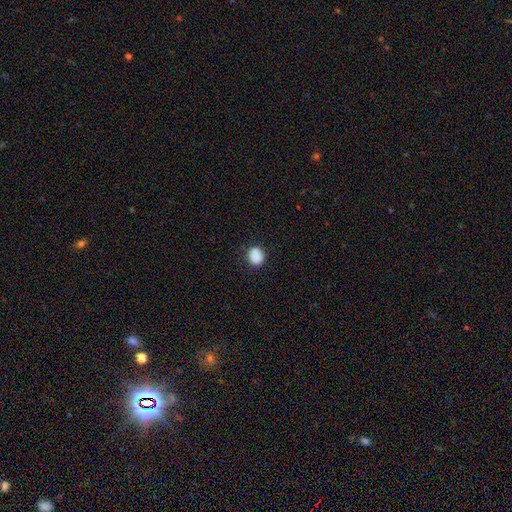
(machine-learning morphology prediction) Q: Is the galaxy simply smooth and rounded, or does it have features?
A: smooth — 88%.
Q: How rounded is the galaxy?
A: round — 68%.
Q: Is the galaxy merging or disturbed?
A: none — 83%.